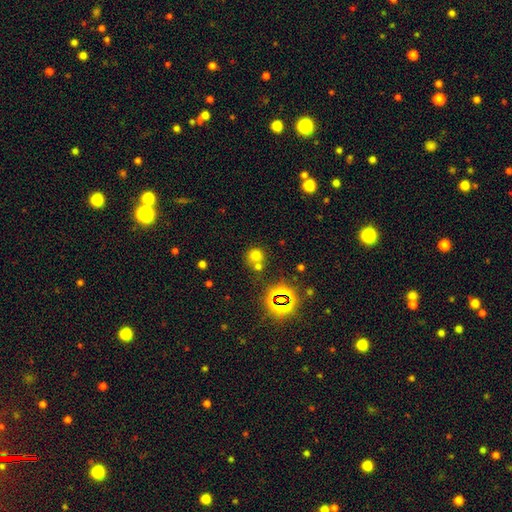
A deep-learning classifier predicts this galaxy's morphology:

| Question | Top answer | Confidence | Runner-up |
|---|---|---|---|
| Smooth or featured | smooth | 65% | star or artifact (25%) |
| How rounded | round | 87% | in between (12%) |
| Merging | none | 56% | merger (32%) |